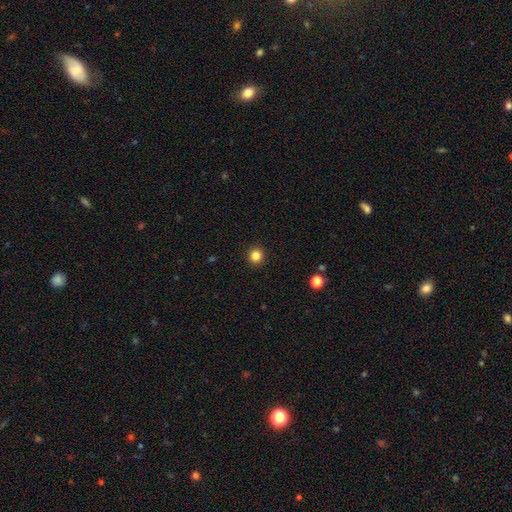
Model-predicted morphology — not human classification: smooth 84%, star or artifact 12%, featured or disk 4%. Down the decision tree: how rounded — round (92%); merging — none (93%).